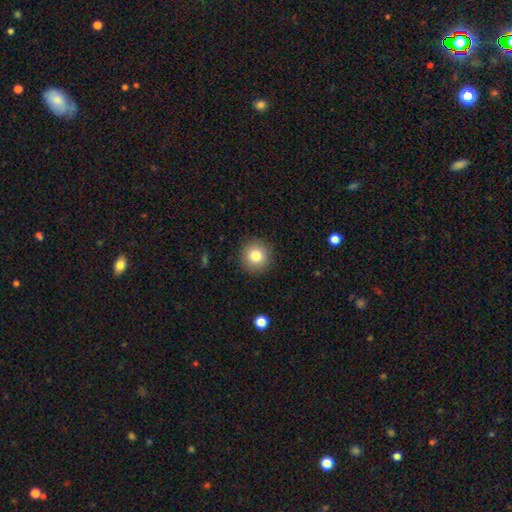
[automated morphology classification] type=smooth (82%); roundness=round (94%); merging=none (90%).